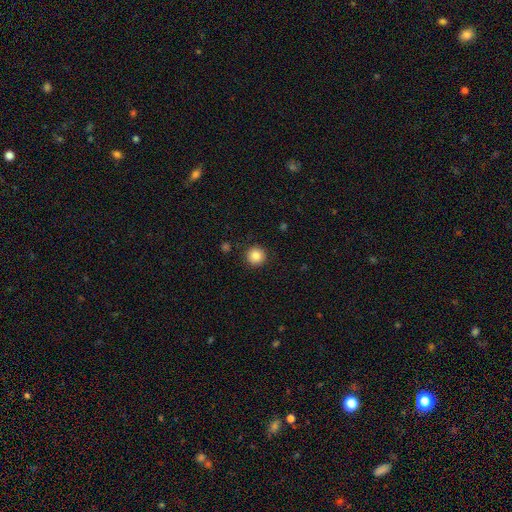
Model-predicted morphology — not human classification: Smooth or featured: smooth — 85% (star or artifact — 10%)
How rounded: round — 95% (in between — 4%)
Merging: none — 91% (minor disturbance — 6%)